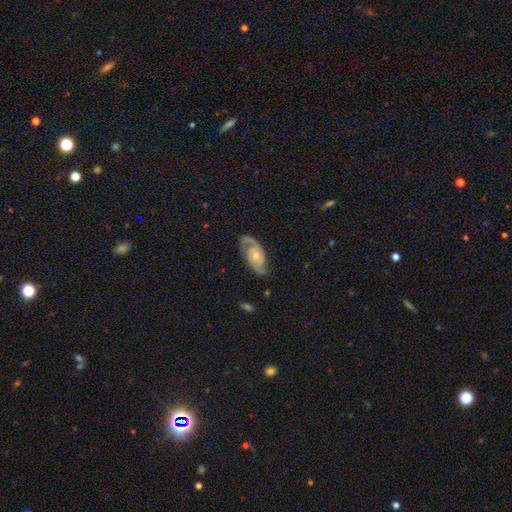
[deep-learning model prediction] Smooth or featured?
  - featured or disk: 87% *
  - smooth: 8%
  - star or artifact: 5%
Edge-on disk?
  - no: 96% *
  - yes: 4%
Bar?
  - no: 63% *
  - weak: 30%
  - strong: 7%
Spiral arms?
  - yes: 97% *
  - no: 3%
Spiral winding?
  - medium: 52% *
  - tight: 33%
  - loose: 15%
Spiral arm count?
  - 2: 91% *
  - can't tell: 3%
  - 3: 2%
  - 1: 2%
  - 4: 1%
  - more than 4: 1%
Bulge size?
  - small: 48% *
  - moderate: 39%
  - none: 8%
  - large: 5%
  - dominant: 1%
Merging?
  - none: 78% *
  - minor disturbance: 16%
  - major disturbance: 6%
  - merger: 1%